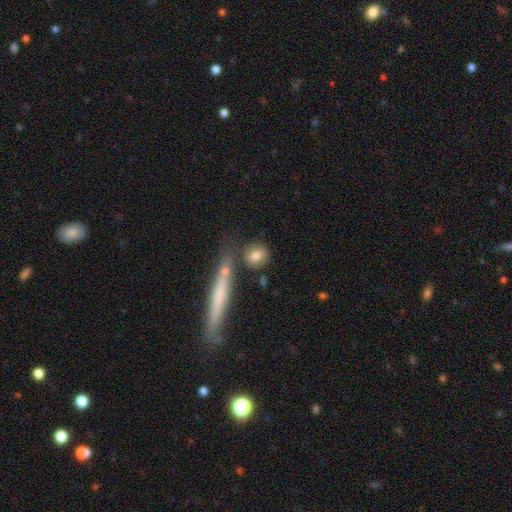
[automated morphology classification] smooth_or_featured: smooth (p=0.78) [alt: featured or disk p=0.14]
how_rounded: round (p=0.76) [alt: in between p=0.17]
merging: none (p=0.75) [alt: merger p=0.11]